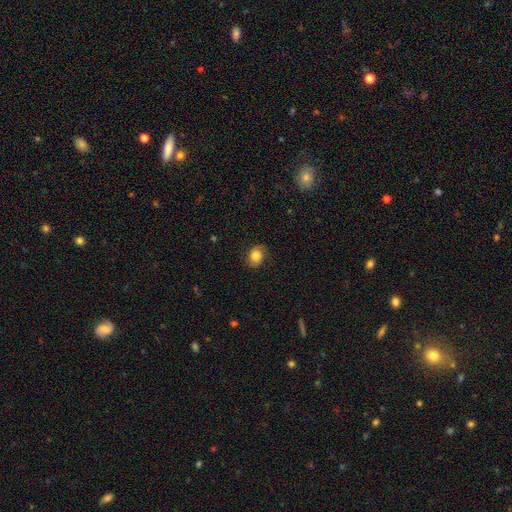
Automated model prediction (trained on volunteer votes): The model was most divided on "how rounded": round: 50%, in between: 49%, cigar-shaped: 1%. More confident: merging — none (78%); smooth or featured — smooth (68%).